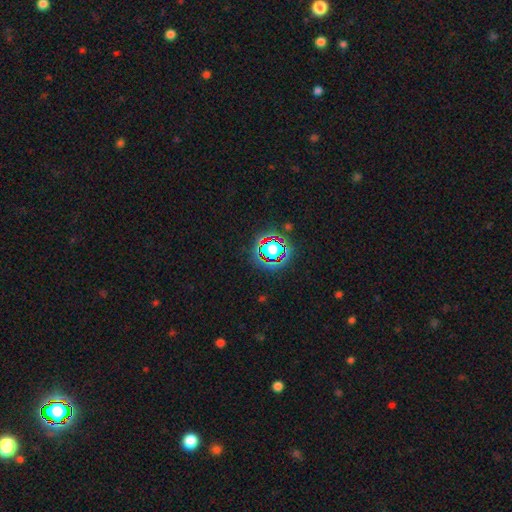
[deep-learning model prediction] This appears to be a star or artifact, not a galaxy (78%).